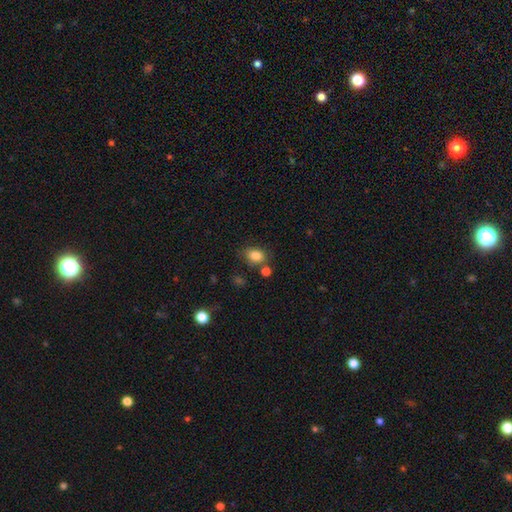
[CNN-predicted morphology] smooth_or_featured: smooth (p=0.83) [alt: star or artifact p=0.10]
how_rounded: in between (p=0.69) [alt: round p=0.29]
merging: none (p=0.69) [alt: minor disturbance p=0.15]